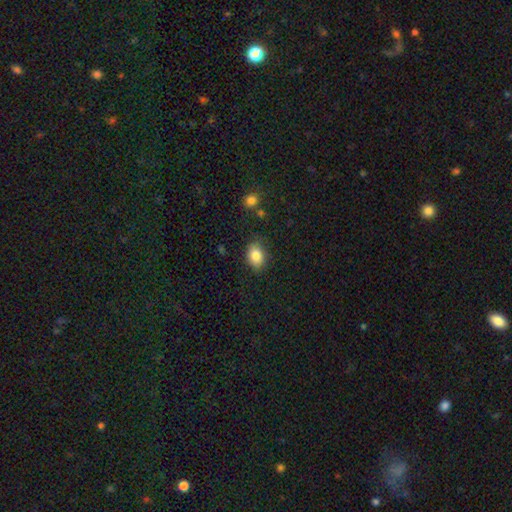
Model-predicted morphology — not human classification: A smooth galaxy with no disk features (84%) that is in between round and cigar-shaped (74%).

Vote fractions:
- Smooth or featured? smooth: 84% / star or artifact: 9% / featured or disk: 8%
- How rounded? in between: 74% / round: 25% / cigar-shaped: 1%
- Merging? none: 80% / minor disturbance: 15% / major disturbance: 3% / merger: 2%